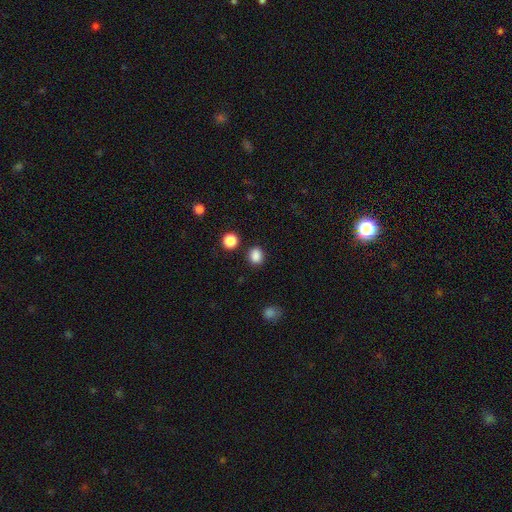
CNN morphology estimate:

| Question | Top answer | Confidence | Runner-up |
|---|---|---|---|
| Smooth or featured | smooth | 86% | star or artifact (11%) |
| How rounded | round | 62% | in between (37%) |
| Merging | none | 84% | minor disturbance (9%) |